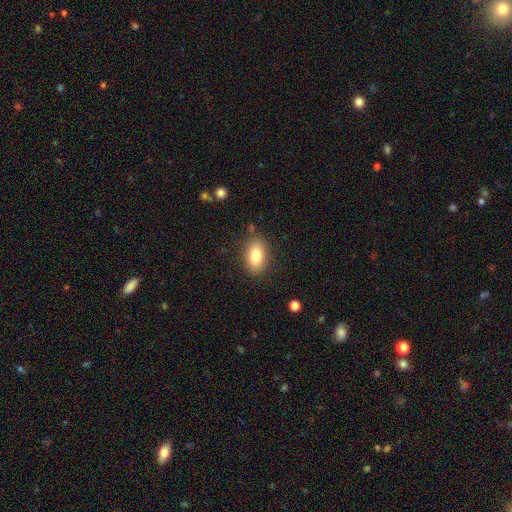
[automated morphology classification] This appears to be a smooth galaxy with no disk features (82%) that is in between round and cigar-shaped (89%). Merging: none (83%).